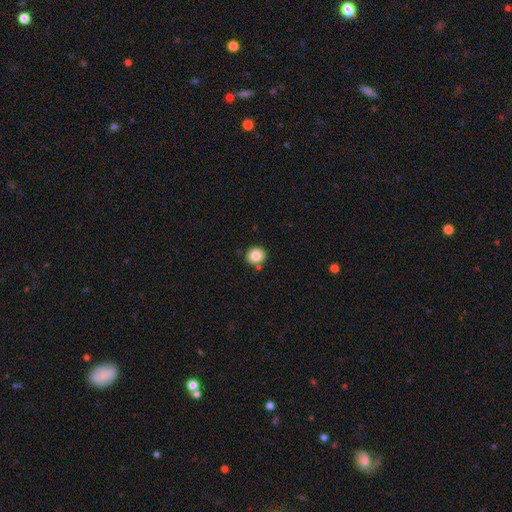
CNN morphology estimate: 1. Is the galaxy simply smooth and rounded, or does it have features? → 84% smooth, 10% star or artifact, 6% featured or disk.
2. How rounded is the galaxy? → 88% round, 11% in between, 1% cigar-shaped.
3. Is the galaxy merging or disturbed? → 80% none, 10% minor disturbance, 7% merger, 2% major disturbance.